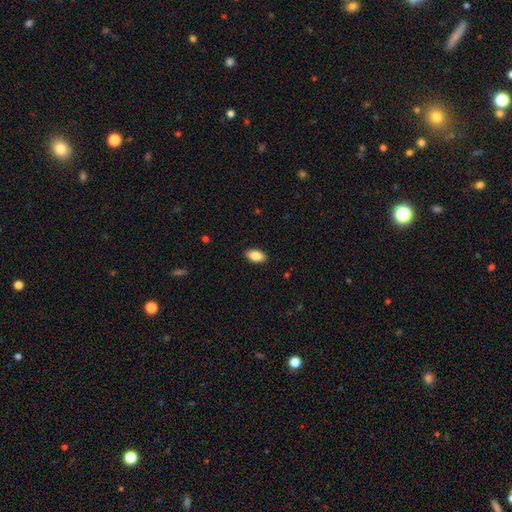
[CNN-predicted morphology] The model was most divided on "smooth or featured": smooth: 86%, star or artifact: 7%, featured or disk: 7%. More confident: how rounded — in between (93%); merging — none (89%).